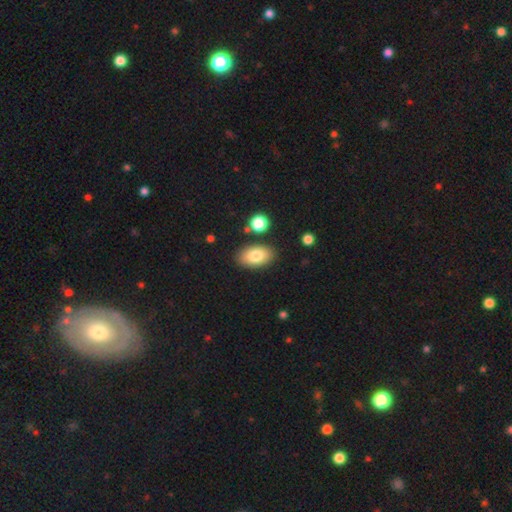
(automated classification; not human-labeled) This is likely a smooth galaxy (80%). How rounded: clearly in between (93%). Merging: clearly none (85%).